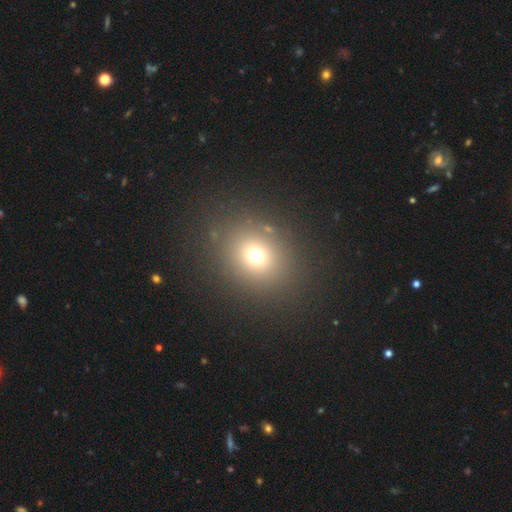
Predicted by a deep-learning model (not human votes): Q: Smooth or featured?
A: smooth (69%); runner-up: star or artifact (20%)
Q: How rounded?
A: round (72%); runner-up: in between (27%)
Q: Merging?
A: none (85%); runner-up: minor disturbance (8%)